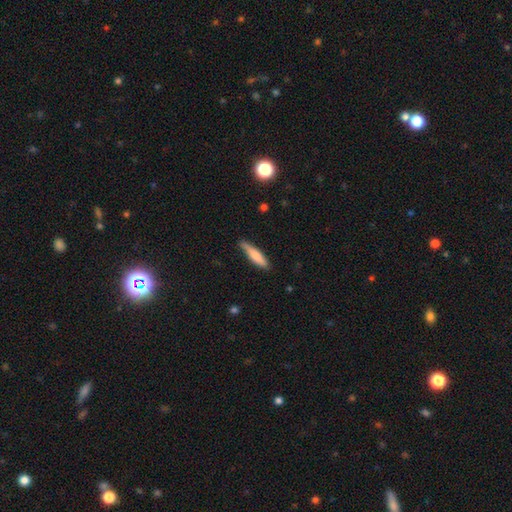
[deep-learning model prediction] Smooth or featured?
  - smooth: 73% *
  - featured or disk: 21%
  - star or artifact: 6%
How rounded?
  - cigar-shaped: 79% *
  - in between: 19%
  - round: 1%
Merging?
  - none: 74% *
  - minor disturbance: 21%
  - major disturbance: 3%
  - merger: 2%